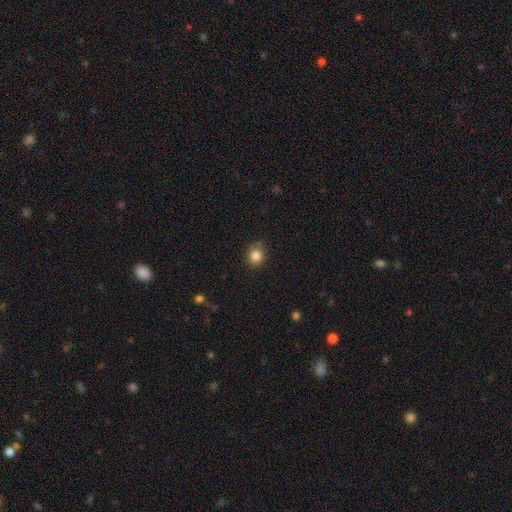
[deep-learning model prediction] smooth_or_featured: smooth (p=0.83) [alt: star or artifact p=0.11]
how_rounded: round (p=0.84) [alt: in between p=0.15]
merging: none (p=0.85) [alt: minor disturbance p=0.11]